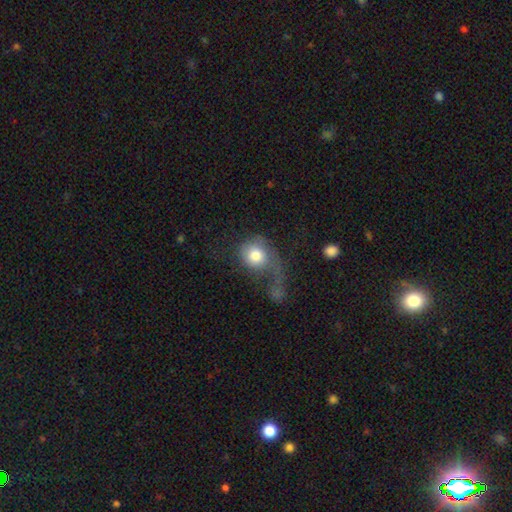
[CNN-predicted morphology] Q: Smooth or featured?
A: smooth (70%); runner-up: featured or disk (22%)
Q: How rounded?
A: round (77%); runner-up: in between (22%)
Q: Merging?
A: major disturbance (60%); runner-up: none (19%)